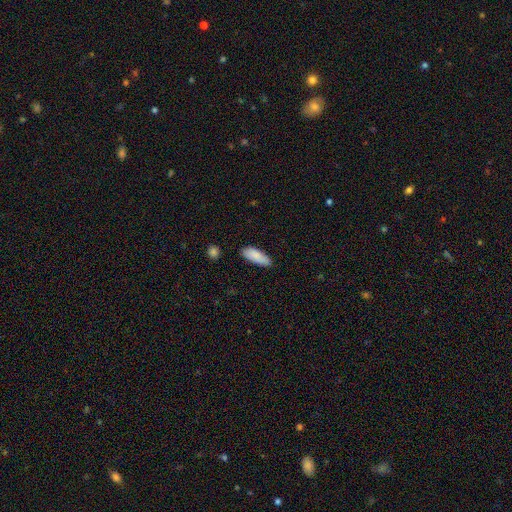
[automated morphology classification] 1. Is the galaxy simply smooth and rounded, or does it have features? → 87% smooth, 7% featured or disk, 6% star or artifact.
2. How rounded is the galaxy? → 71% in between, 27% cigar-shaped, 2% round.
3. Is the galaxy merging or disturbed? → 79% none, 16% minor disturbance, 3% major disturbance, 2% merger.